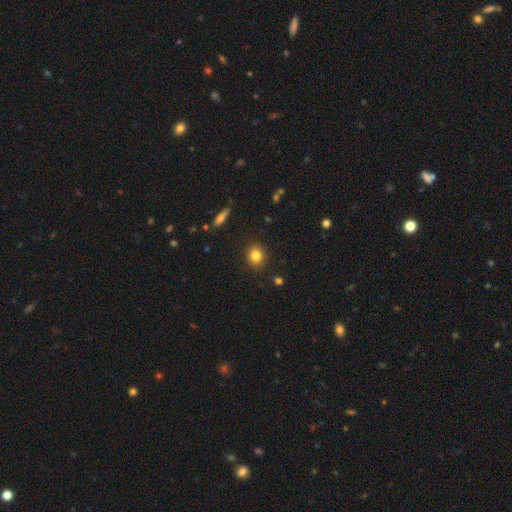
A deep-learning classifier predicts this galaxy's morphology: Smooth or featured?
  - smooth: 82% *
  - star or artifact: 11%
  - featured or disk: 7%
How rounded?
  - round: 79% *
  - in between: 20%
  - cigar-shaped: 1%
Merging?
  - none: 91% *
  - minor disturbance: 6%
  - major disturbance: 2%
  - merger: 1%